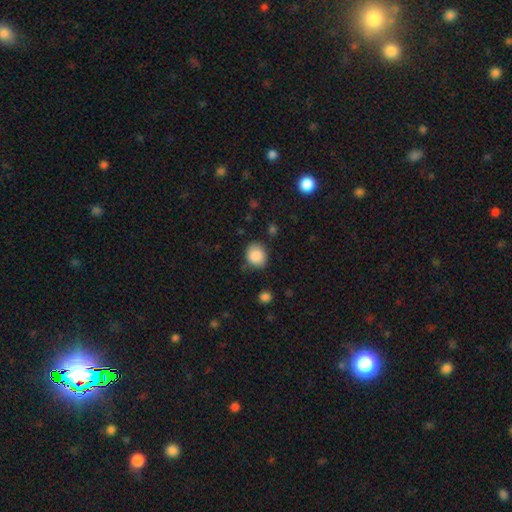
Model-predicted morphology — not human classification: This appears to be a smooth galaxy with no disk features (88%) that is round (66%). Merging: none (77%).